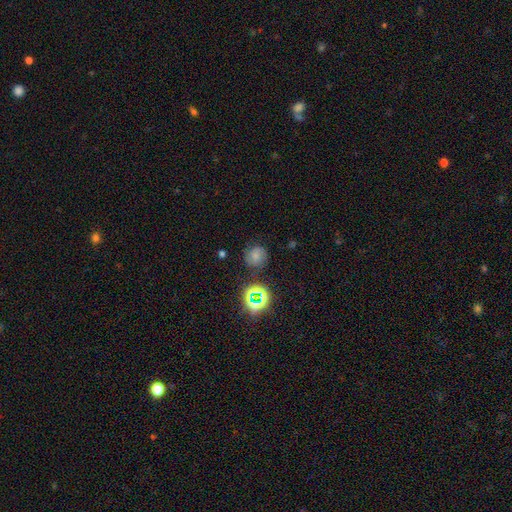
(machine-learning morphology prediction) The model was most divided on "smooth or featured": smooth: 54%, featured or disk: 23%, star or artifact: 23%. More confident: how rounded — round (86%); merging — none (76%).